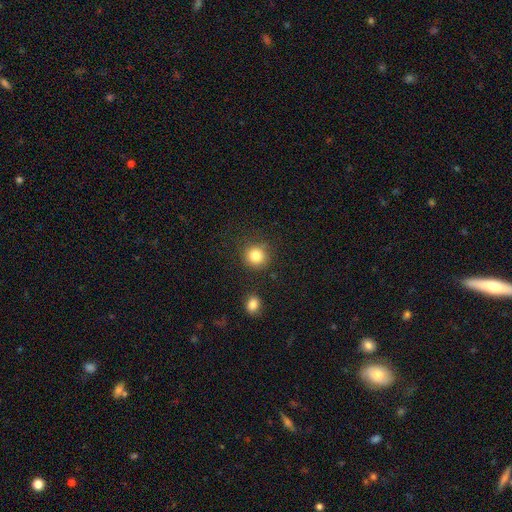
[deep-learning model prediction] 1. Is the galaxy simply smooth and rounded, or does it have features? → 83% smooth, 11% star or artifact, 6% featured or disk.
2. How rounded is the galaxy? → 89% round, 10% in between, 1% cigar-shaped.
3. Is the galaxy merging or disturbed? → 82% none, 10% minor disturbance, 4% merger, 4% major disturbance.